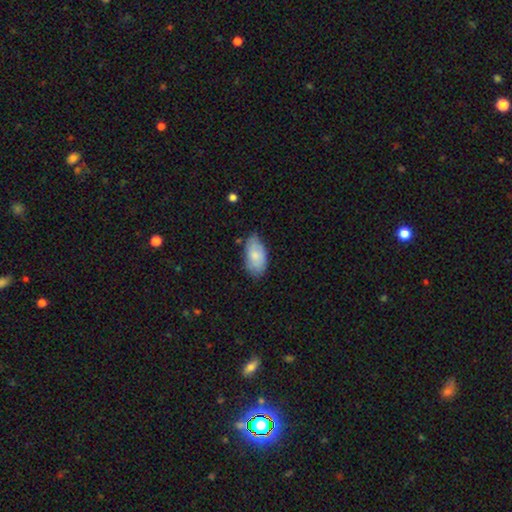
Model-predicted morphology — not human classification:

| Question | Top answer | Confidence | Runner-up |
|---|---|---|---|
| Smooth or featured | smooth | 73% | featured or disk (21%) |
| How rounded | in between | 94% | round (4%) |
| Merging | none | 64% | minor disturbance (29%) |